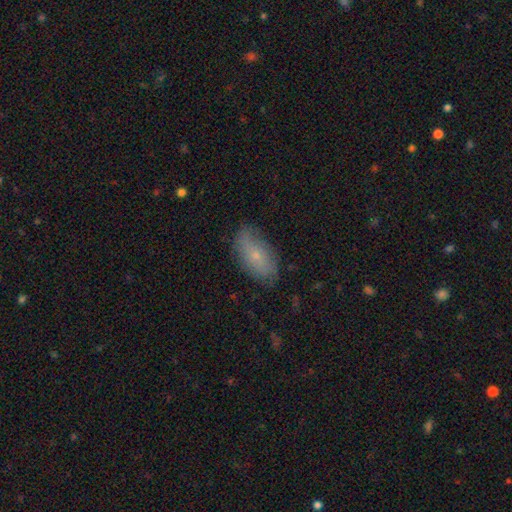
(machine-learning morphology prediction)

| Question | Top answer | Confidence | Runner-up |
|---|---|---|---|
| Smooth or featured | smooth | 66% | featured or disk (26%) |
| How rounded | in between | 91% | cigar-shaped (5%) |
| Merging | none | 74% | minor disturbance (20%) |